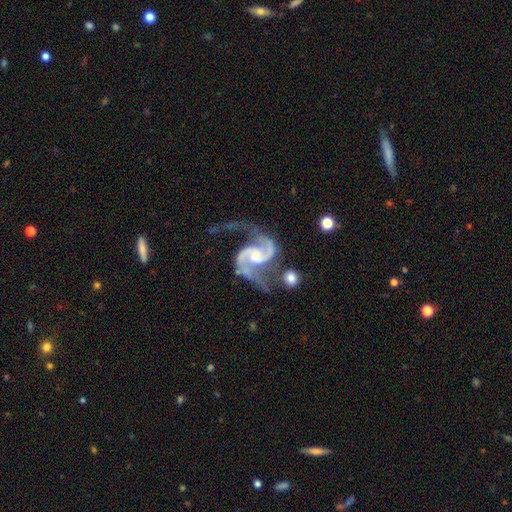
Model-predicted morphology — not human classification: Smooth or featured: featured or disk — 94% (star or artifact — 4%)
Edge-on disk: no — 98% (yes — 2%)
Bar: no — 44% (weak — 43%)
Spiral arms: yes — 98% (no — 2%)
Spiral winding: medium — 56% (loose — 32%)
Spiral arm count: 2 — 93% (3 — 2%)
Bulge size: moderate — 38% (small — 33%)
Merging: none — 47% (major disturbance — 22%)